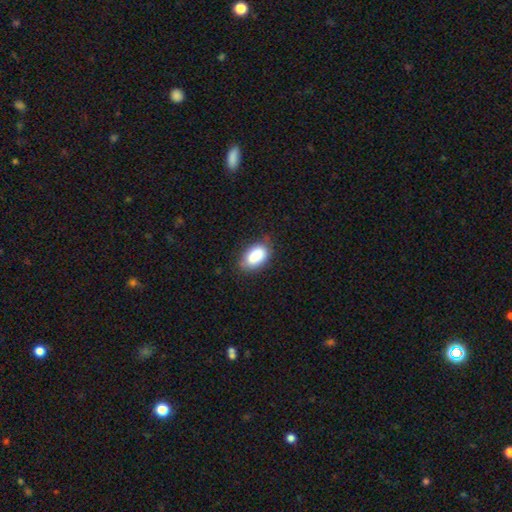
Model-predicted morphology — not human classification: Q: Smooth or featured?
A: smooth (86%); runner-up: star or artifact (7%)
Q: How rounded?
A: in between (92%); runner-up: round (6%)
Q: Merging?
A: none (76%); runner-up: minor disturbance (19%)